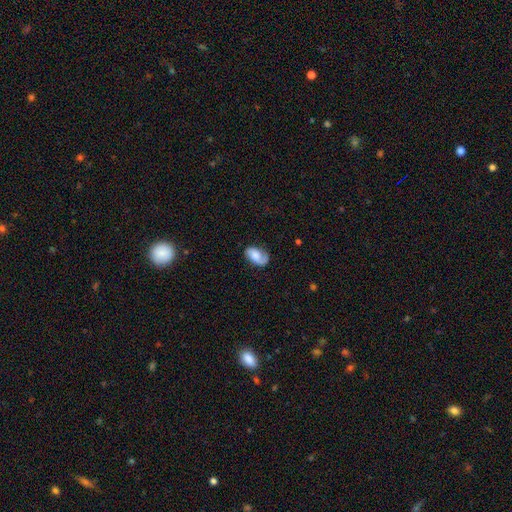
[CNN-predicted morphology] smooth_or_featured: featured or disk (p=0.57) [alt: smooth p=0.36]
disk_edge_on: no (p=0.96) [alt: yes p=0.04]
bar: no (p=0.63) [alt: weak p=0.30]
has_spiral_arms: yes (p=0.92) [alt: no p=0.08]
spiral_winding: medium (p=0.40) [alt: loose p=0.36]
spiral_arm_count: 2 (p=0.68) [alt: 1 p=0.24]
bulge_size: moderate (p=0.36) [alt: large p=0.28]
merging: none (p=0.69) [alt: minor disturbance p=0.21]